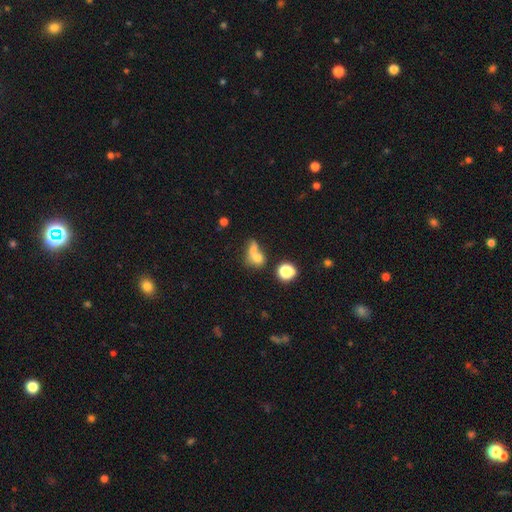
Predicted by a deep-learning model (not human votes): Smooth or featured?
  - smooth: 68% *
  - featured or disk: 16%
  - star or artifact: 16%
How rounded?
  - round: 57% *
  - in between: 38%
  - cigar-shaped: 5%
Merging?
  - merger: 48% *
  - none: 30%
  - major disturbance: 11%
  - minor disturbance: 11%